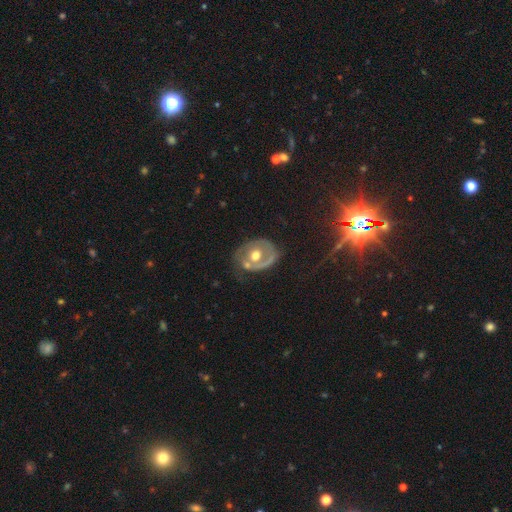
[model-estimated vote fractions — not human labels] smooth-or-featured: featured or disk: 63% | smooth: 30% | star or artifact: 7%
  disk-edge-on: no: 96% | yes: 4%
    bar: no: 82% | weak: 14% | strong: 4%
    has-spiral-arms: no: 58% | yes: 42%
    bulge-size: moderate: 77% | large: 12% | small: 8% | none: 1% | dominant: 1%
  merging: none: 44% | minor disturbance: 25% | major disturbance: 19% | merger: 12%